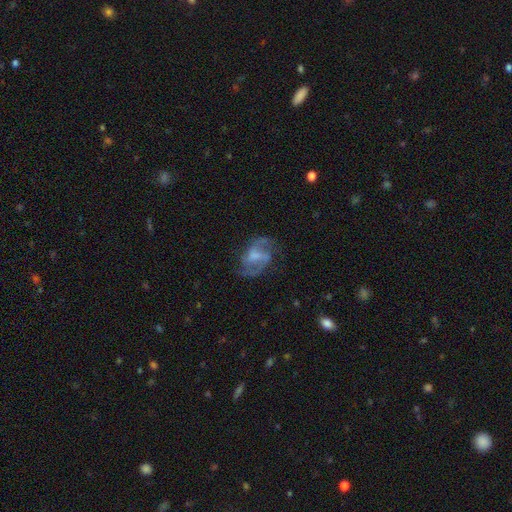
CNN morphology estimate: A featured or disk galaxy (75%) with a weak bar (49%), 2 (77%) medium (50%) spiral arms (89%) and no central bulge (34%).

Vote fractions:
- Smooth or featured? featured or disk: 75% / smooth: 17% / star or artifact: 8%
- Edge-on disk? no: 97% / yes: 3%
- Bar? weak: 49% / no: 31% / strong: 21%
- Spiral arms? yes: 89% / no: 11%
- Spiral winding? medium: 50% / loose: 34% / tight: 16%
- Spiral arm count? 2: 77% / can't tell: 10% / 3: 6% / 1: 3% / 4: 2% / more than 4: 2%
- Bulge size? none: 34% / moderate: 28% / small: 27% / large: 10% / dominant: 2%
- Merging? none: 61% / minor disturbance: 19% / major disturbance: 18% / merger: 2%